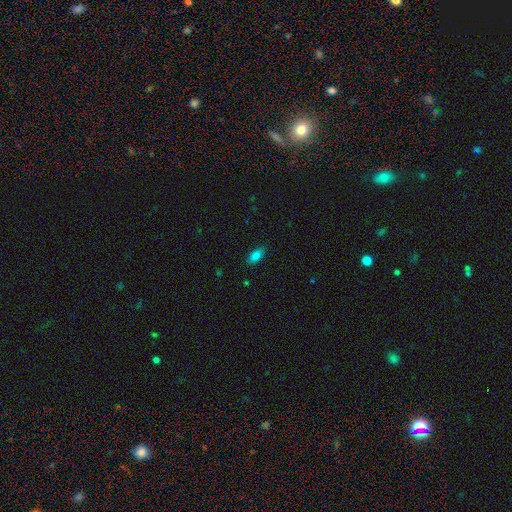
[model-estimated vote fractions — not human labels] This appears to be a smooth galaxy with no disk features (81%) that is in between round and cigar-shaped (86%). Merging: none (85%).